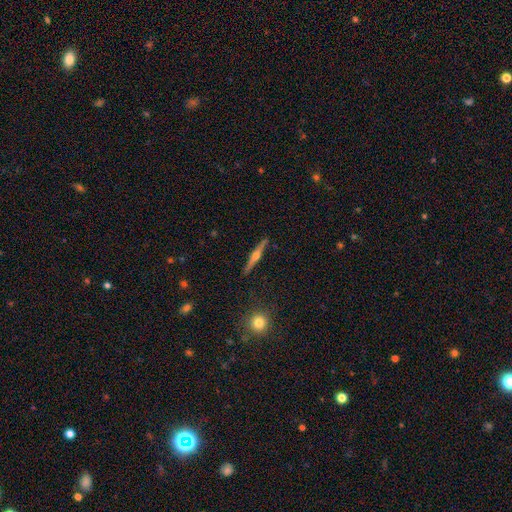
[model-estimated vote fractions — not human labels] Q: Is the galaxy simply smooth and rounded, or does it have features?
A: featured or disk — 72%.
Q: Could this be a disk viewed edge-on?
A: yes — 98%.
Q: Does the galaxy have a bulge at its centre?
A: rounded — 90%.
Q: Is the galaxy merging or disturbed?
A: none — 89%.